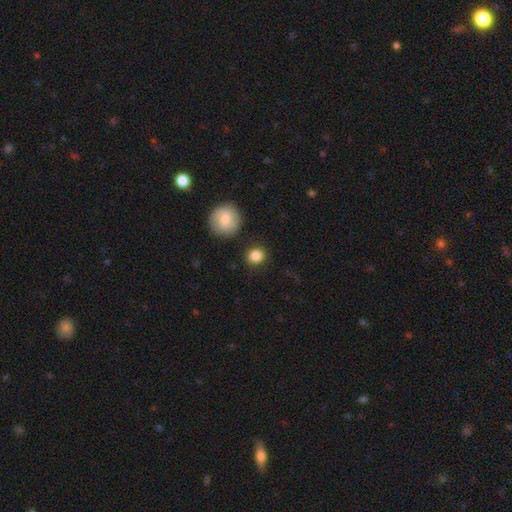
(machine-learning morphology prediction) Smooth or featured? smooth (86%)
How rounded? round (84%)
Merging? none (87%)